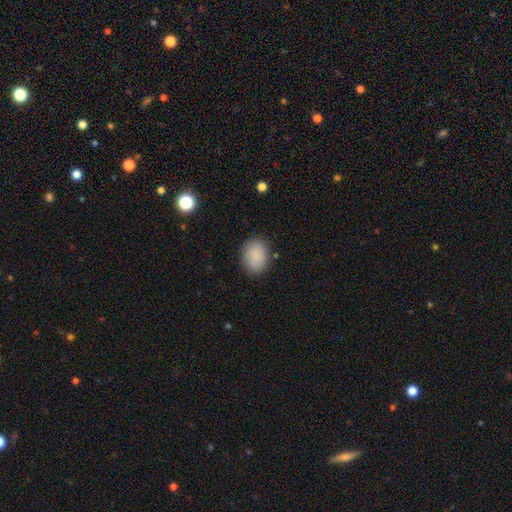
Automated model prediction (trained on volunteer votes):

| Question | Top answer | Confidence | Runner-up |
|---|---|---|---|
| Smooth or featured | smooth | 88% | star or artifact (7%) |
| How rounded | in between | 59% | round (40%) |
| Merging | none | 83% | minor disturbance (12%) |